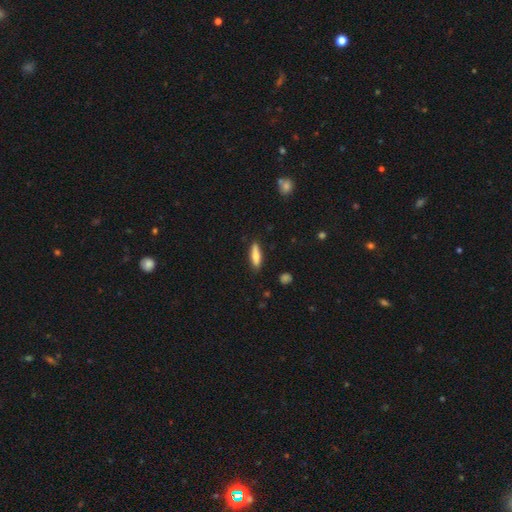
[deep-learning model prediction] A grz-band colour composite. It shows a smooth galaxy with no disk features (75%) that is cigar-shaped (63%). Merging: none (85%).